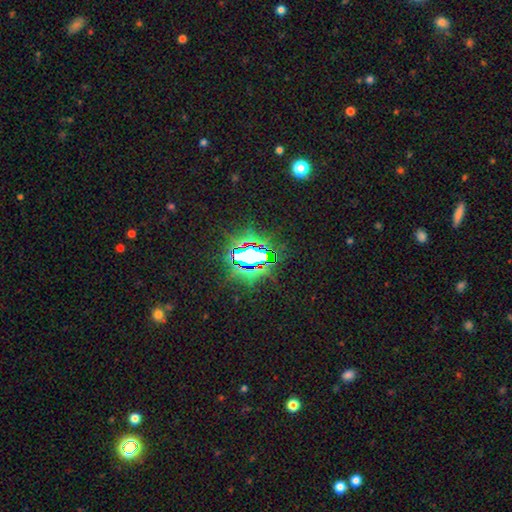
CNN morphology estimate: type=star or artifact (75%).